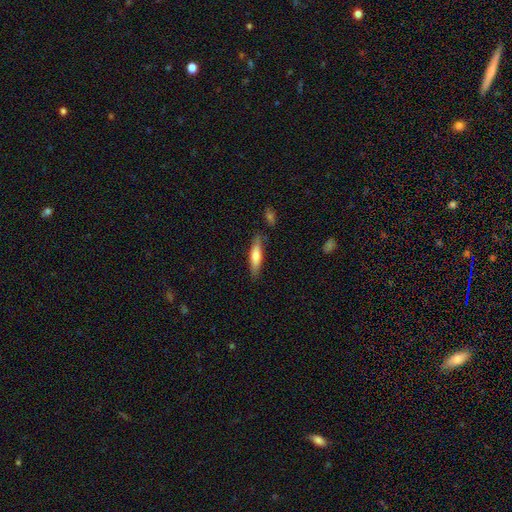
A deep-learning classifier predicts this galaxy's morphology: smooth_or_featured: smooth (p=0.64) [alt: featured or disk p=0.30]
how_rounded: cigar-shaped (p=0.81) [alt: in between p=0.18]
merging: none (p=0.82) [alt: minor disturbance p=0.13]